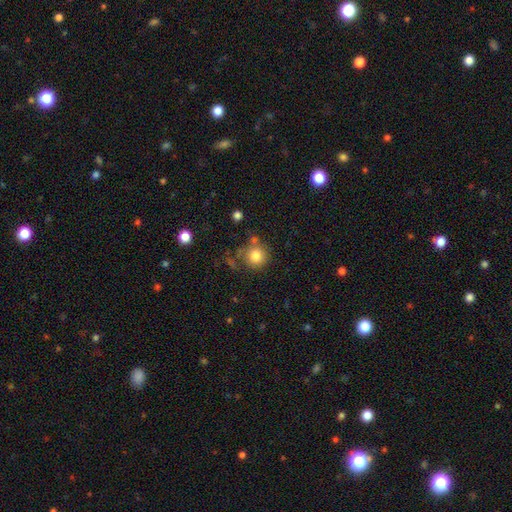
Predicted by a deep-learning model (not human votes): Morphology: type=smooth (81%); roundness=round (91%); merging=none (67%).